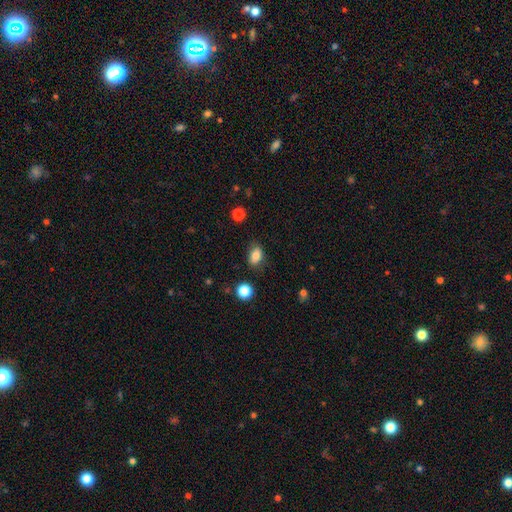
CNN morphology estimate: The model was most divided on "merging": none: 76%, minor disturbance: 18%, major disturbance: 4%, merger: 2%. More confident: smooth or featured — smooth (83%); how rounded — in between (83%).